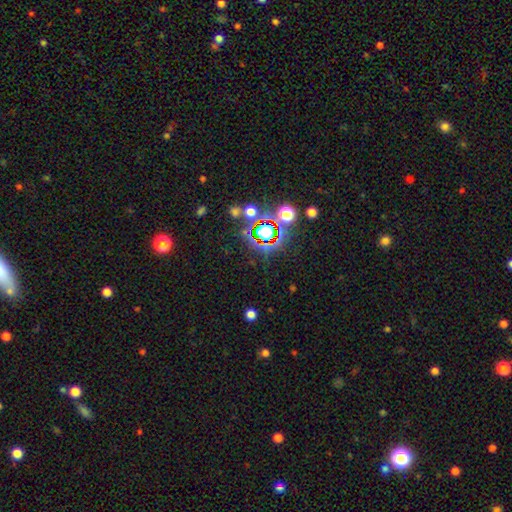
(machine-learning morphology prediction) star or artifact 78%, smooth 13%, featured or disk 8%.